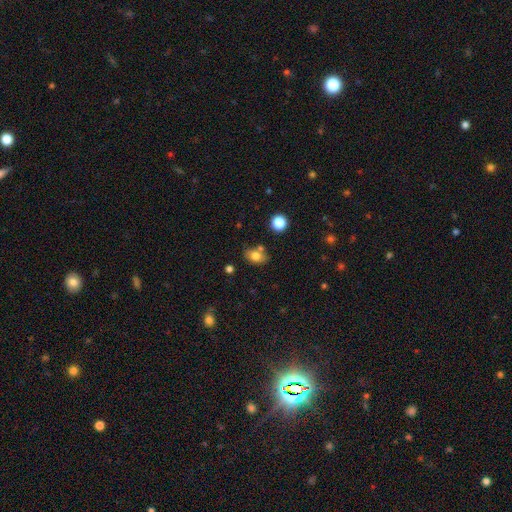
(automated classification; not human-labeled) This is likely a smooth galaxy (78%). How rounded: likely in between (70%). Merging: likely none (66%).